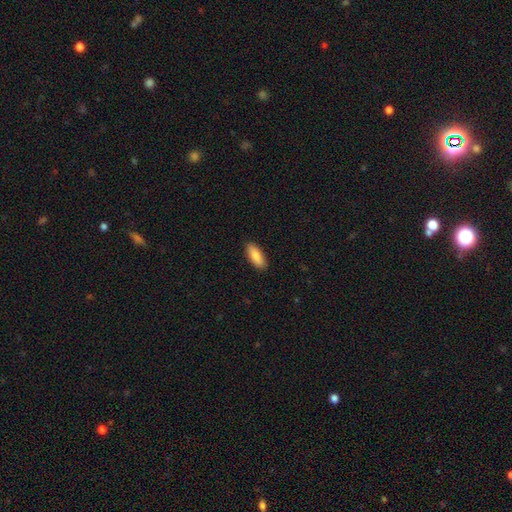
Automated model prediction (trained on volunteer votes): A smooth galaxy with no disk features (86%) that is in between round and cigar-shaped (77%).

Vote fractions:
- Smooth or featured? smooth: 86% / featured or disk: 8% / star or artifact: 6%
- How rounded? in between: 77% / cigar-shaped: 21% / round: 2%
- Merging? none: 90% / minor disturbance: 8% / major disturbance: 2% / merger: 1%